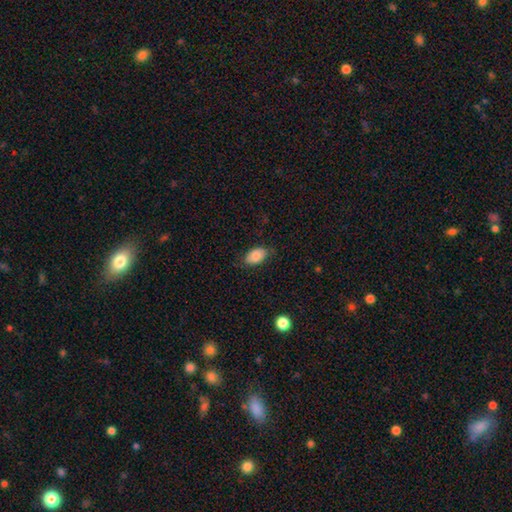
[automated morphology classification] Smooth or featured: smooth — 85% (star or artifact — 7%)
How rounded: in between — 91% (round — 8%)
Merging: none — 79% (minor disturbance — 16%)